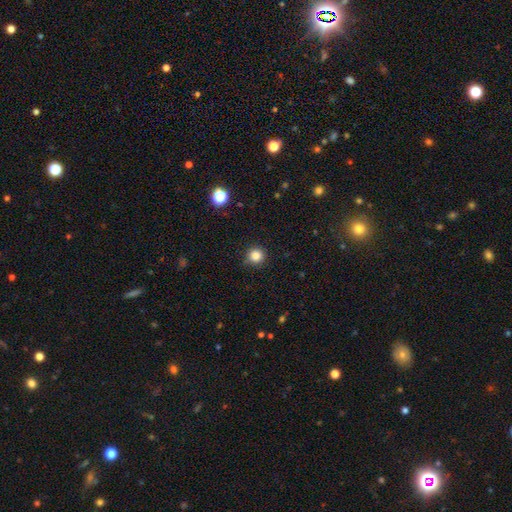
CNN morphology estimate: Smooth or featured: smooth — 83% (star or artifact — 12%)
How rounded: round — 95% (in between — 4%)
Merging: none — 89% (minor disturbance — 8%)